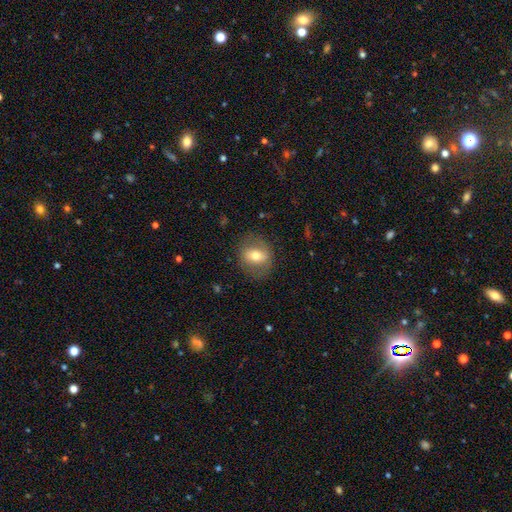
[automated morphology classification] smooth 59%, featured or disk 33%, star or artifact 8%. Down the decision tree: how rounded — in between (50%); merging — none (78%).